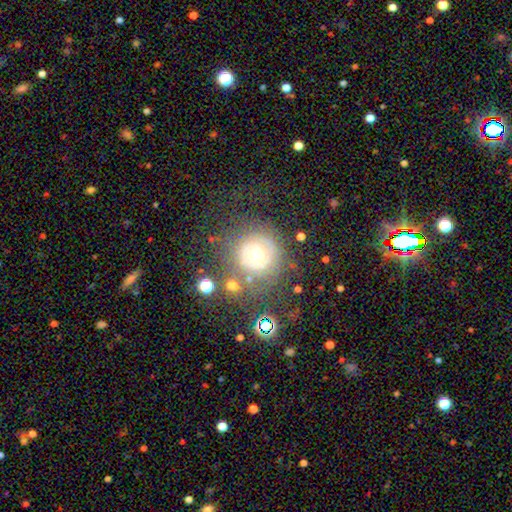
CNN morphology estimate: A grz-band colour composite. It shows a featured or disk galaxy (49%). Merging: none (62%).